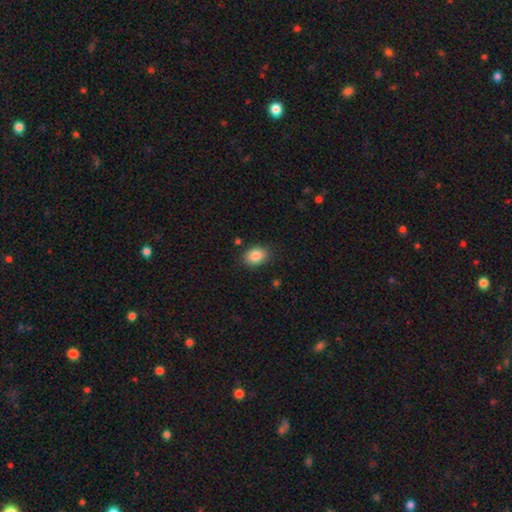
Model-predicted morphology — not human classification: smooth-or-featured: smooth: 86% | star or artifact: 8% | featured or disk: 6%
  how-rounded: in between: 71% | round: 28% | cigar-shaped: 1%
  merging: none: 85% | minor disturbance: 11% | major disturbance: 3% | merger: 2%